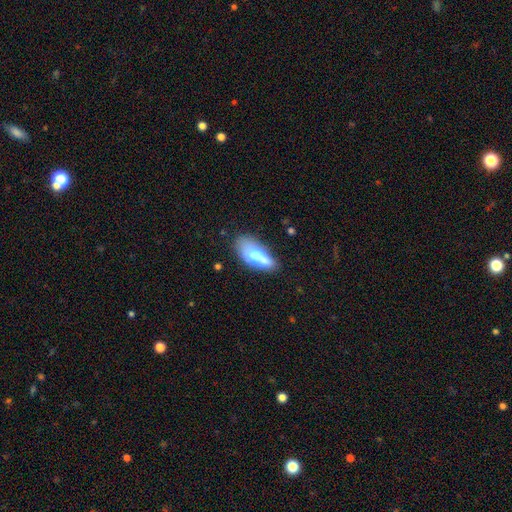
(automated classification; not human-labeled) Overall: smooth (68%). How rounded: in between (77%). Merging: none (40%; merger 25%).